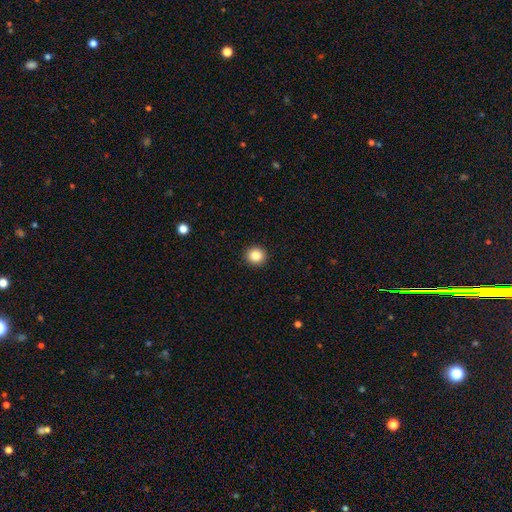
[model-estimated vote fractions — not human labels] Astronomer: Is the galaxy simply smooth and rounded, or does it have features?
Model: smooth — 84%.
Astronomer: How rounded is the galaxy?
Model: round — 92%.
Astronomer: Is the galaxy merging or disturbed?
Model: none — 93%.